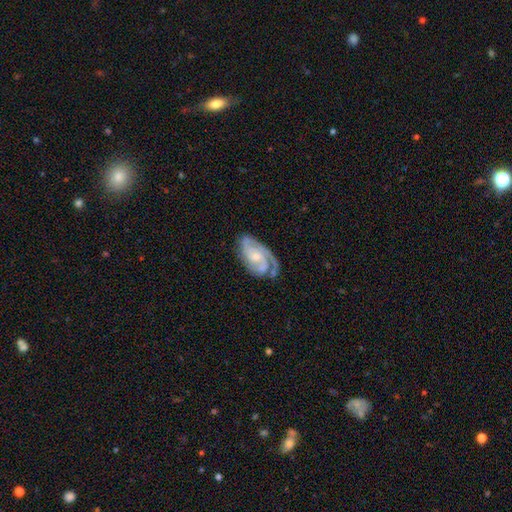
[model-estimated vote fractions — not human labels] A featured or disk galaxy (86%) with no bar (62%), 2 (40%) tight (55%) spiral arms (97%) and a small central bulge (53%). Merging: none (64%).